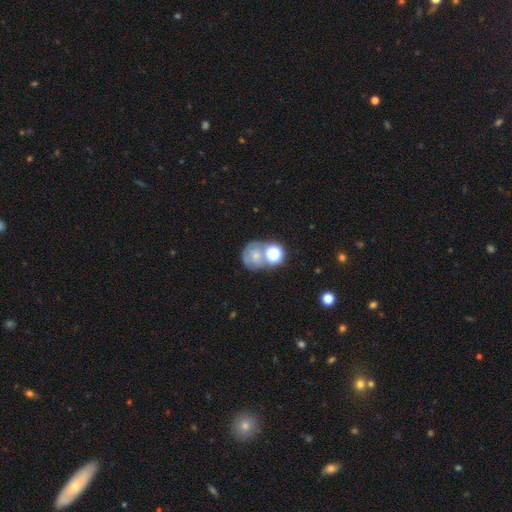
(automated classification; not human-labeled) smooth_or_featured: smooth (p=0.49) [alt: featured or disk p=0.34]
merging: none (p=0.44) [alt: merger p=0.31]